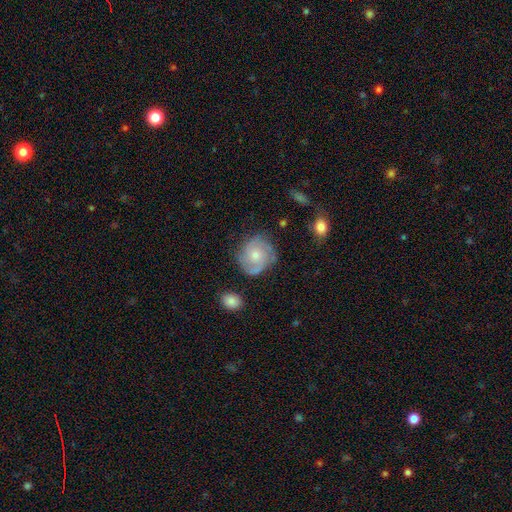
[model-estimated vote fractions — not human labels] Smooth or featured? featured or disk (69%)
Edge-on disk? no (98%)
Bar? no (77%)
Spiral arms? yes (92%)
Spiral winding? tight (53%)
Spiral arm count? 2 (43%)
Bulge size? small (53%)
Merging? none (73%)